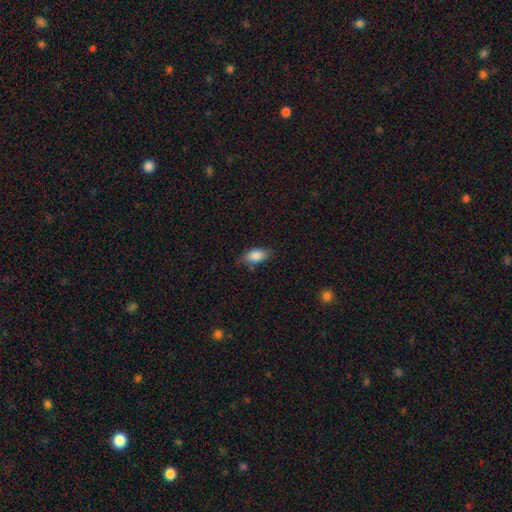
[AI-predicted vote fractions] Smooth or featured? smooth (86%)
How rounded? in between (90%)
Merging? none (73%)